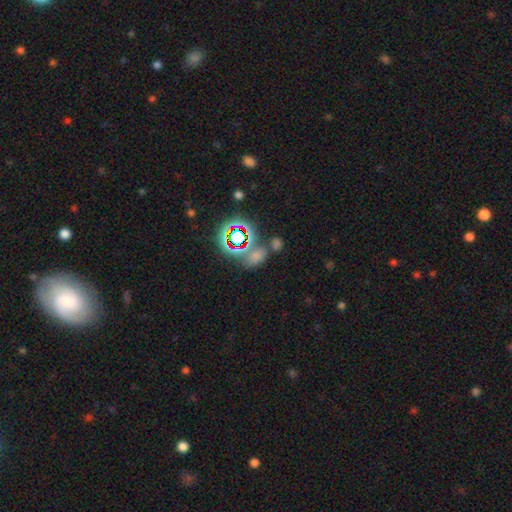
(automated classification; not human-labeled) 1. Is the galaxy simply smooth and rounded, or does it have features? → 47% smooth, 42% star or artifact, 11% featured or disk.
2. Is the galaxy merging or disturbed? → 52% none, 24% merger, 15% minor disturbance, 10% major disturbance.